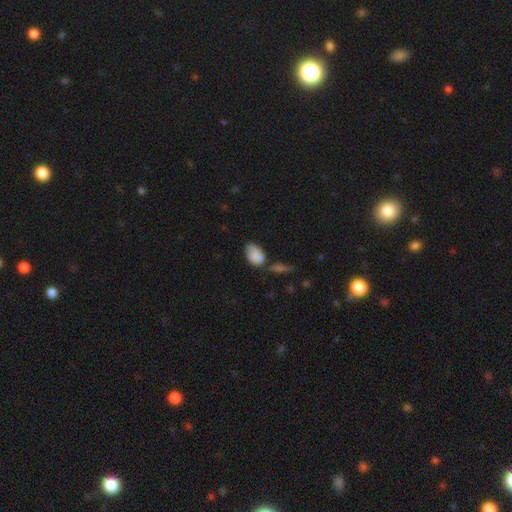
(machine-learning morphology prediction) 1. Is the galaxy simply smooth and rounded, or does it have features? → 83% smooth, 9% featured or disk, 8% star or artifact.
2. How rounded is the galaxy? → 86% in between, 12% round, 2% cigar-shaped.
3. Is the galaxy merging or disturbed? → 42% none, 30% minor disturbance, 17% merger, 10% major disturbance.